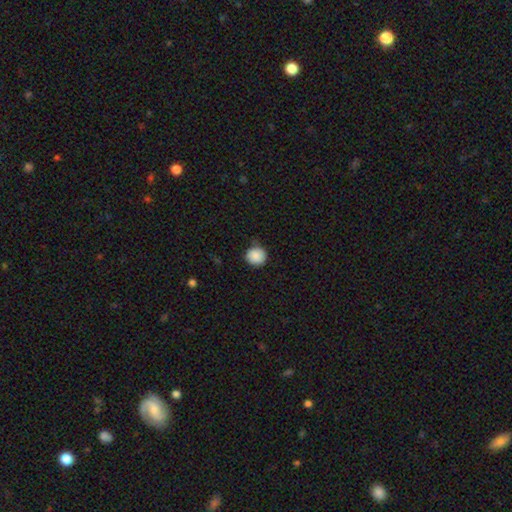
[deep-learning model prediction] Q: Smooth or featured?
A: smooth (88%); runner-up: star or artifact (9%)
Q: How rounded?
A: round (91%); runner-up: in between (8%)
Q: Merging?
A: none (79%); runner-up: minor disturbance (17%)